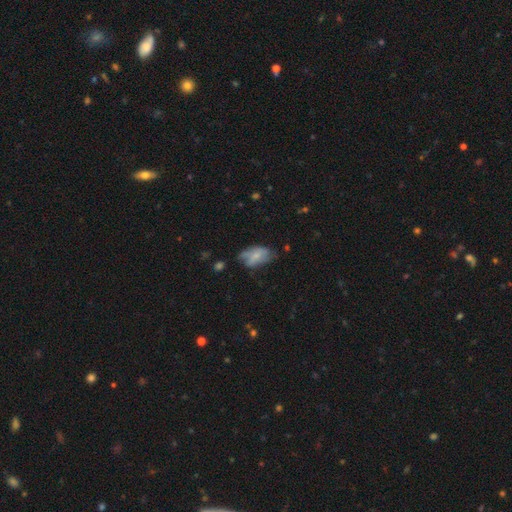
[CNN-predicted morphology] smooth-or-featured: smooth: 56% | featured or disk: 36% | star or artifact: 8%
  how-rounded: in between: 91% | round: 6% | cigar-shaped: 3%
  merging: none: 41% | minor disturbance: 36% | major disturbance: 20% | merger: 3%